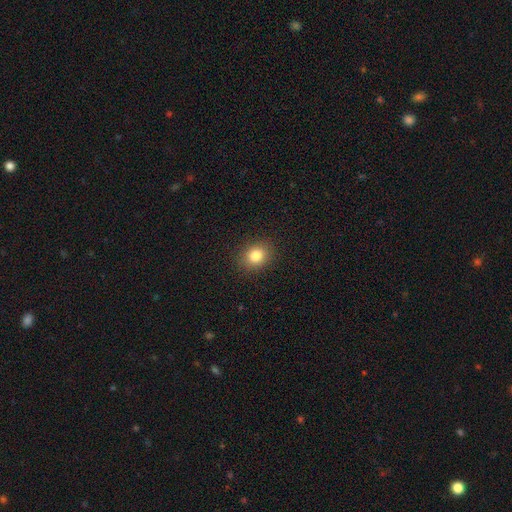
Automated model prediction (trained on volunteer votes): This is clearly a smooth galaxy (82%). How rounded: likely round (61%). Merging: clearly none (89%).